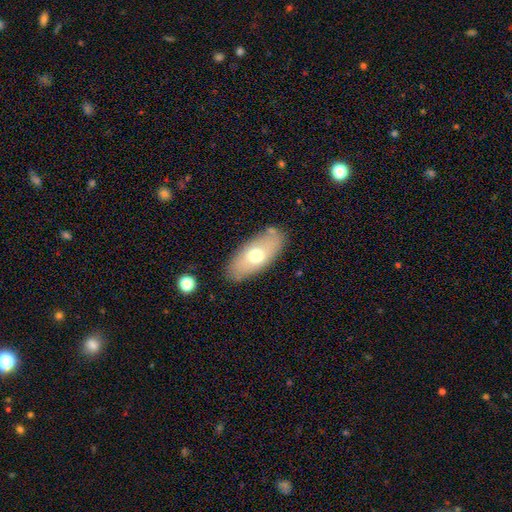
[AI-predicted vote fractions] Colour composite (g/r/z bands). It shows a smooth galaxy with no disk features (64%) that is in between round and cigar-shaped (88%). Merging: none (80%).